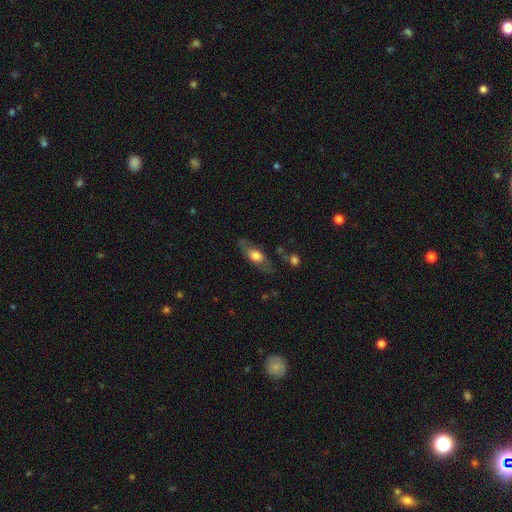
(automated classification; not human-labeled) Smooth or featured?
  - smooth: 54% *
  - featured or disk: 40%
  - star or artifact: 6%
How rounded?
  - in between: 71% *
  - cigar-shaped: 24%
  - round: 5%
Merging?
  - none: 70% *
  - minor disturbance: 18%
  - major disturbance: 7%
  - merger: 4%